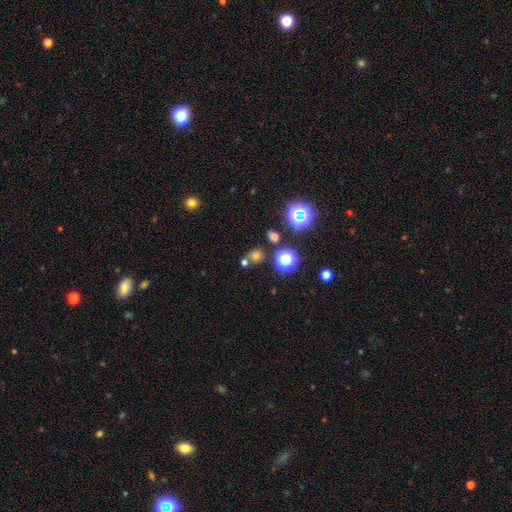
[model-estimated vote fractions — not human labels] Q: Smooth or featured?
A: smooth (59%); runner-up: star or artifact (31%)
Q: How rounded?
A: round (77%); runner-up: in between (22%)
Q: Merging?
A: none (63%); runner-up: merger (23%)